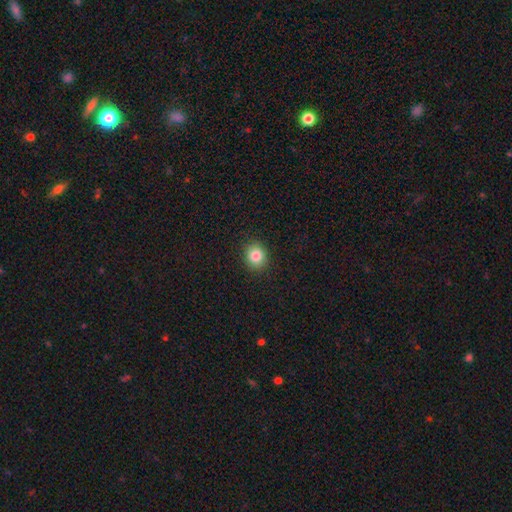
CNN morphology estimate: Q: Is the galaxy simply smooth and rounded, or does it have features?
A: smooth — 84%.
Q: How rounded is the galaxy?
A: round — 75%.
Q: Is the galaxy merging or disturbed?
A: none — 90%.